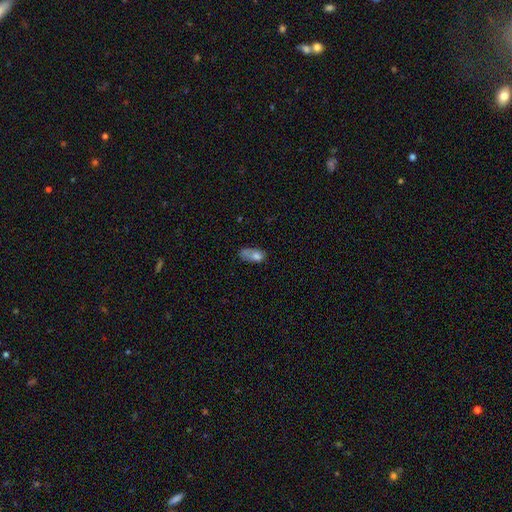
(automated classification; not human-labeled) Overall: smooth (69%). How rounded: in between (80%). Merging: none (28%; minor disturbance 24%).